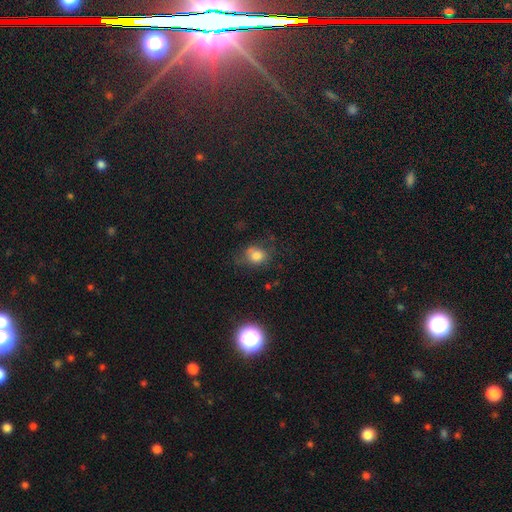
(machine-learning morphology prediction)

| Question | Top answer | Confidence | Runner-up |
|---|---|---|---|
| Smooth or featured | smooth | 75% | star or artifact (14%) |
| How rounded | round | 60% | in between (39%) |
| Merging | none | 57% | minor disturbance (26%) |